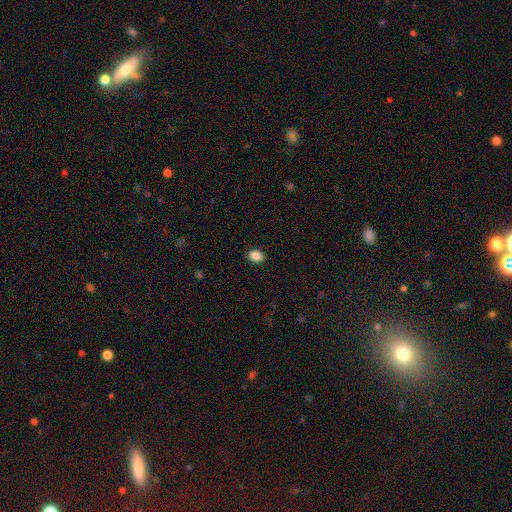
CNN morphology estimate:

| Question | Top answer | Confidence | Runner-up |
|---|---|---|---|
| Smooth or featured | smooth | 88% | star or artifact (9%) |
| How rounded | in between | 67% | round (31%) |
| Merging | none | 90% | minor disturbance (7%) |